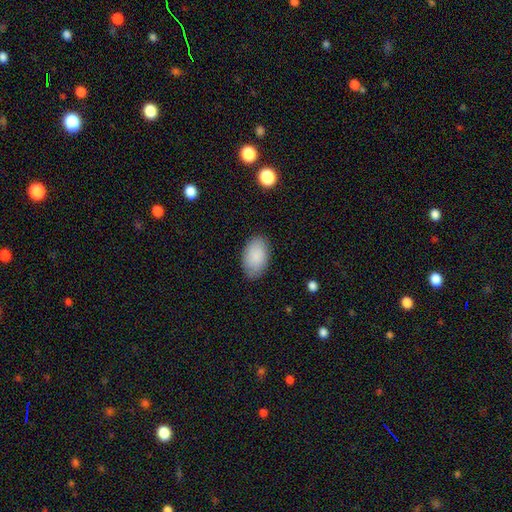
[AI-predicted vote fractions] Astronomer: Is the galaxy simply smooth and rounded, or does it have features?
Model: smooth — 89%.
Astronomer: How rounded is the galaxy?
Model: in between — 94%.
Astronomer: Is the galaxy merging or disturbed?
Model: none — 85%.